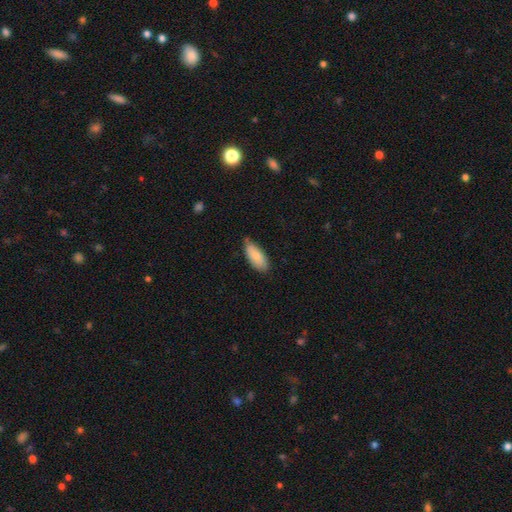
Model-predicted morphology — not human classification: Q: Smooth or featured?
A: smooth (82%); runner-up: featured or disk (12%)
Q: How rounded?
A: in between (85%); runner-up: cigar-shaped (13%)
Q: Merging?
A: none (73%); runner-up: minor disturbance (22%)